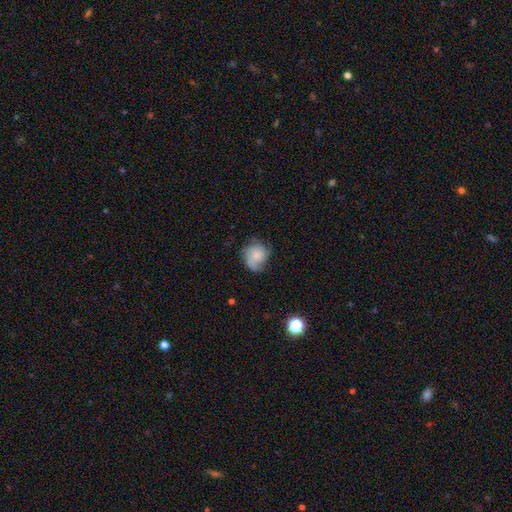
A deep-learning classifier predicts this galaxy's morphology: Smooth or featured? Predicted: smooth (p=0.55). How rounded? Predicted: round (p=0.75). Merging? Predicted: none (p=0.62).